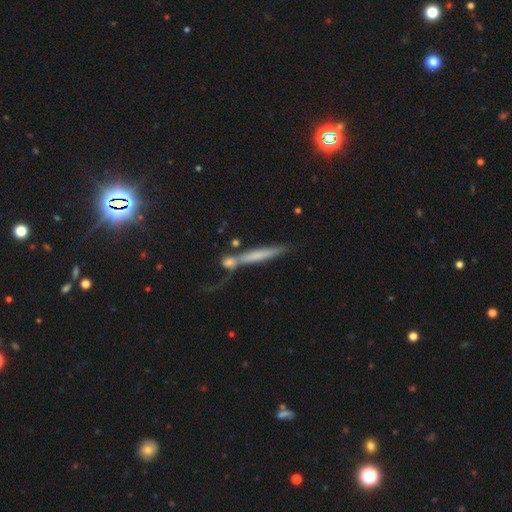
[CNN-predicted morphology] smooth 47%, featured or disk 43%, star or artifact 10%. Down the decision tree: merging — none (47%).